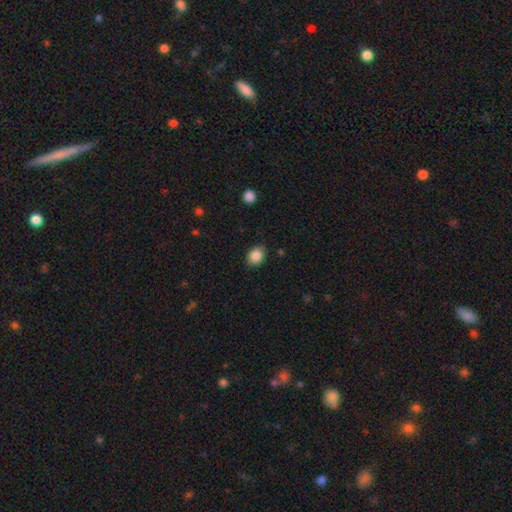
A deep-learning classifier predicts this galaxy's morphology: smooth_or_featured: smooth (p=0.87) [alt: star or artifact p=0.09]
how_rounded: in between (p=0.54) [alt: round p=0.45]
merging: none (p=0.85) [alt: minor disturbance p=0.11]